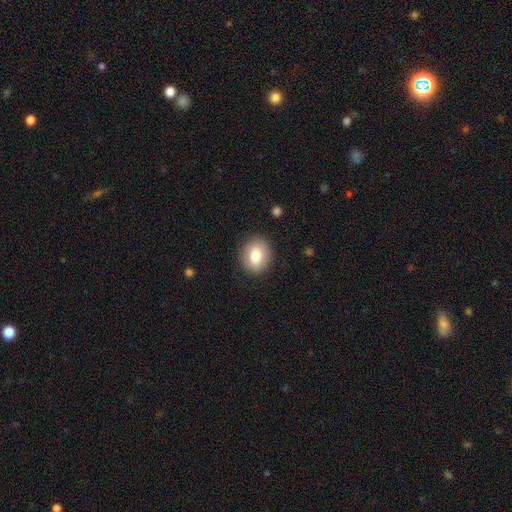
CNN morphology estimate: Q: Smooth or featured?
A: smooth (78%); runner-up: featured or disk (14%)
Q: How rounded?
A: round (59%); runner-up: in between (40%)
Q: Merging?
A: none (87%); runner-up: minor disturbance (9%)